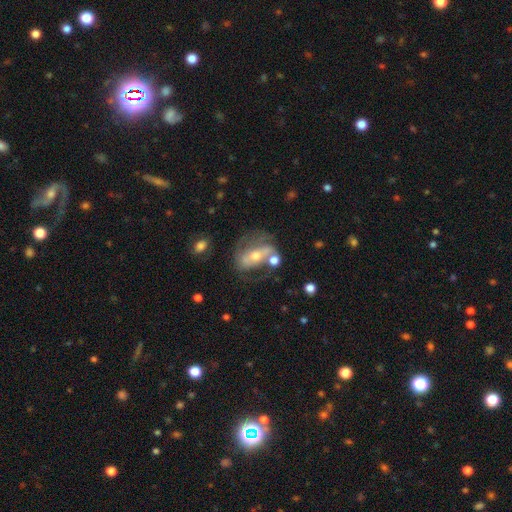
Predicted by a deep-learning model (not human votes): Smooth or featured?
  - featured or disk: 68% *
  - smooth: 25%
  - star or artifact: 7%
Edge-on disk?
  - no: 89% *
  - yes: 11%
Bar?
  - strong: 50% *
  - no: 27%
  - weak: 23%
Spiral arms?
  - yes: 64% *
  - no: 36%
Bulge size?
  - moderate: 60% *
  - small: 32%
  - large: 5%
  - none: 1%
  - dominant: 1%
Merging?
  - none: 47% *
  - major disturbance: 19%
  - minor disturbance: 19%
  - merger: 15%